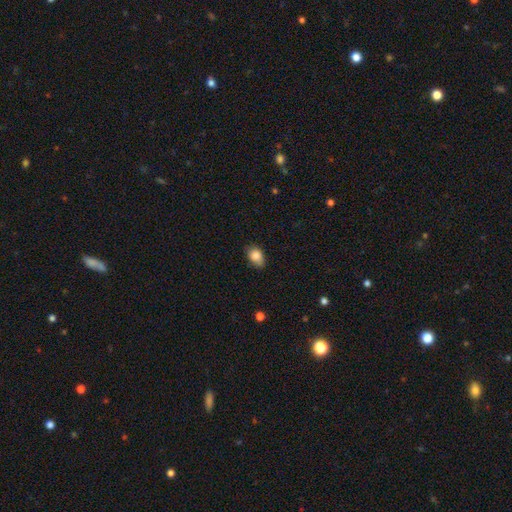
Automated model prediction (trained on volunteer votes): Q: Smooth or featured?
A: smooth (83%); runner-up: featured or disk (8%)
Q: How rounded?
A: in between (81%); runner-up: round (18%)
Q: Merging?
A: none (76%); runner-up: minor disturbance (20%)